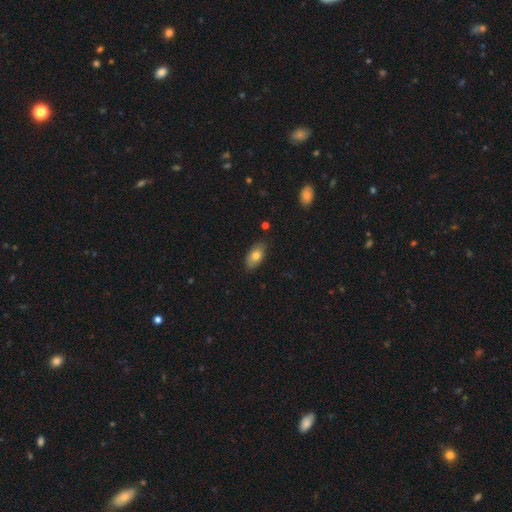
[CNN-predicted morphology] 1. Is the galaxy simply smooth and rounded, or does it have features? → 78% smooth, 15% featured or disk, 7% star or artifact.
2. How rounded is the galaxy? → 91% in between, 5% round, 4% cigar-shaped.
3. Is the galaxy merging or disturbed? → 83% none, 13% minor disturbance, 2% major disturbance, 2% merger.